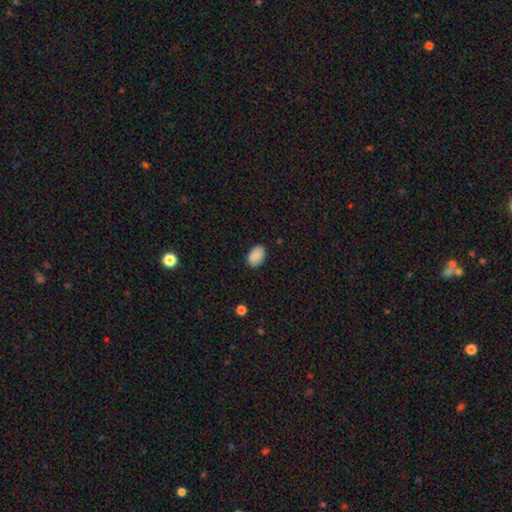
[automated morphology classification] This is clearly a smooth galaxy (89%). How rounded: clearly in between (88%). Merging: clearly none (86%).